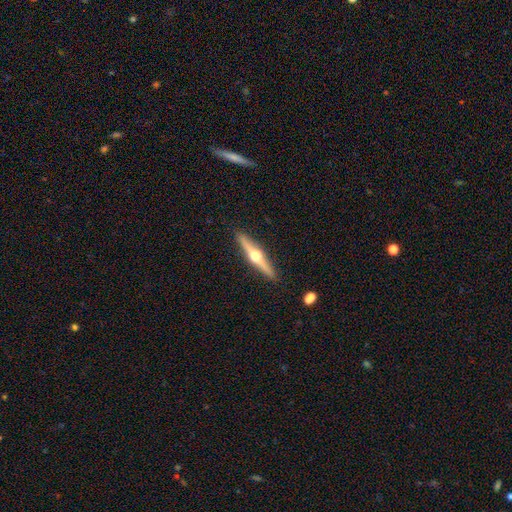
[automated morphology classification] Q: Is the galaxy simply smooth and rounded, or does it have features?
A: featured or disk — 76%.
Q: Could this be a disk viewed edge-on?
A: yes — 98%.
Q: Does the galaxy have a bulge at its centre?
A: rounded — 96%.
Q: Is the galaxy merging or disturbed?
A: none — 91%.